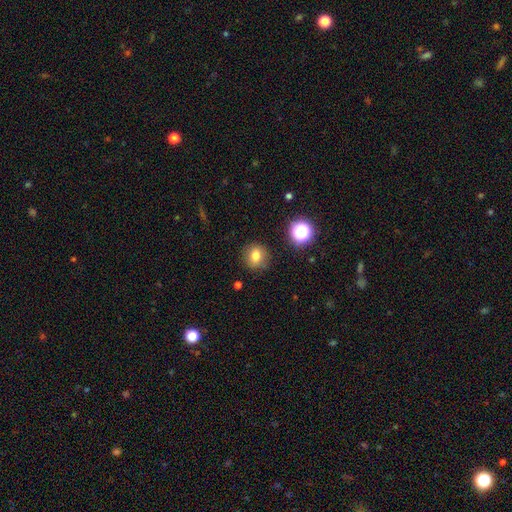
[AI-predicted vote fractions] Smooth or featured: smooth — 78% (star or artifact — 14%)
How rounded: round — 82% (in between — 17%)
Merging: none — 86% (minor disturbance — 9%)